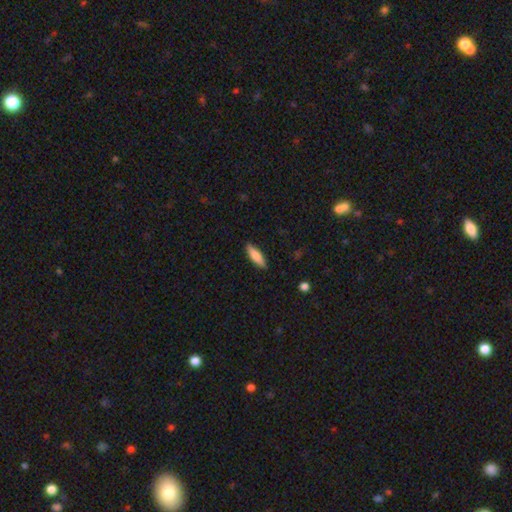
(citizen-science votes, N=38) A smooth galaxy with no disk features (74%) that is cigar-shaped (82%). Merging: none (92%).